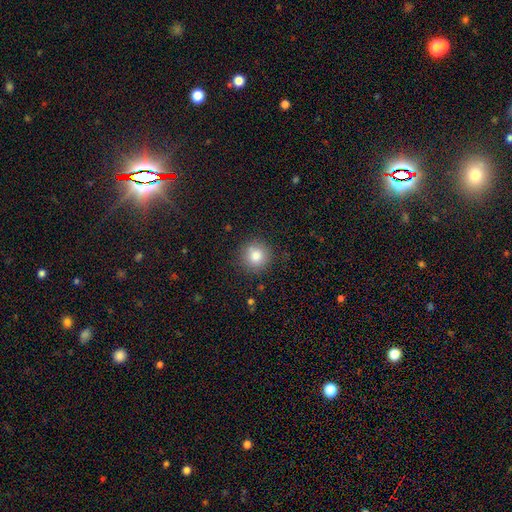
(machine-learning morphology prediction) Smooth or featured? smooth (83%)
How rounded? round (93%)
Merging? none (85%)